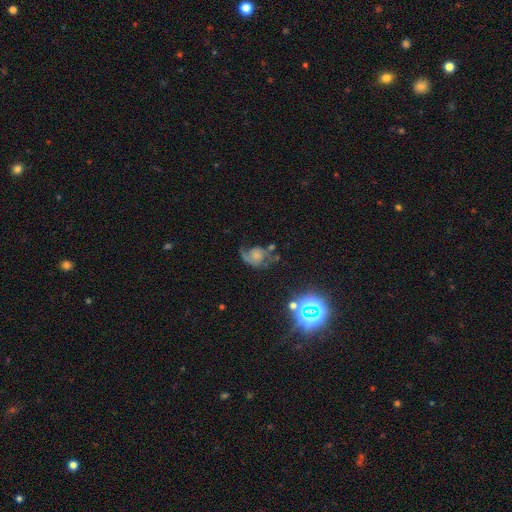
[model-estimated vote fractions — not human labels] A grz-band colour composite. It shows a featured or disk galaxy (69%) with no bar (73%), 2 (64%) medium (42%) spiral arms (91%) and a small central bulge (33%). Merging: none (42%).